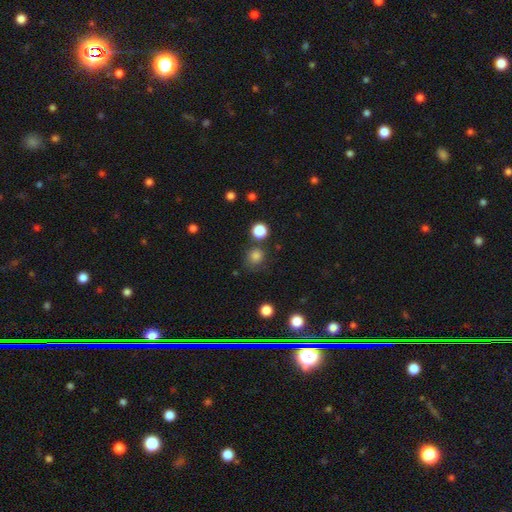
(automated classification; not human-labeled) This is clearly a smooth galaxy (82%). How rounded: clearly round (88%). Merging: likely none (74%).